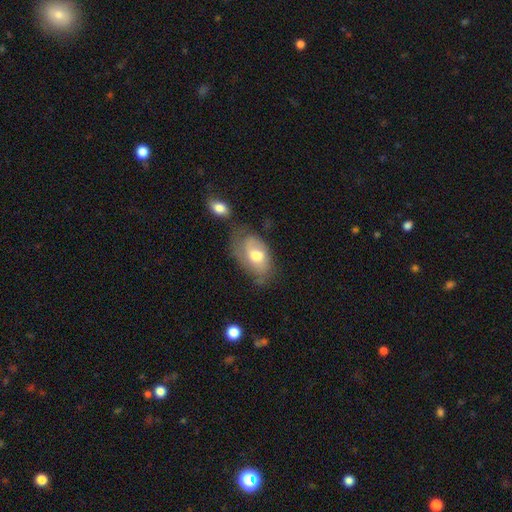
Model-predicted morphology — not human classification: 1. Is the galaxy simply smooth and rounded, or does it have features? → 50% smooth, 43% featured or disk, 7% star or artifact.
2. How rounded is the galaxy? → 89% in between, 9% round, 2% cigar-shaped.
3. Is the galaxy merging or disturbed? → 44% none, 30% minor disturbance, 17% major disturbance, 9% merger.